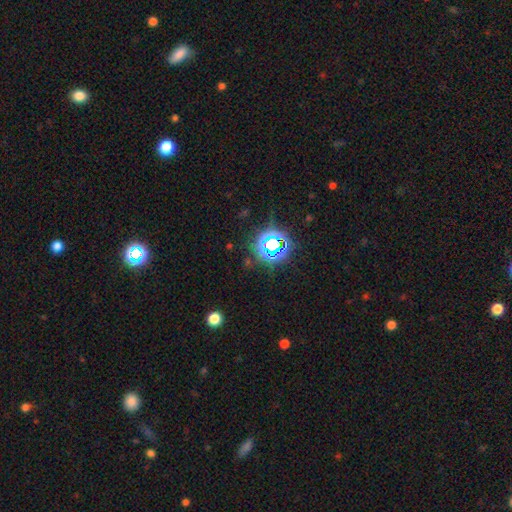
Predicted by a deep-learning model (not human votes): Smooth or featured? star or artifact (69%)